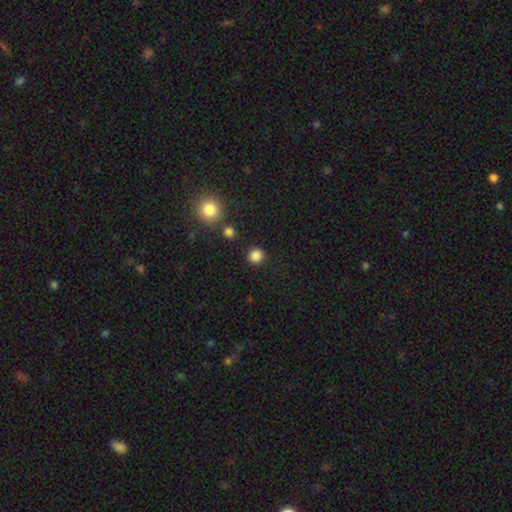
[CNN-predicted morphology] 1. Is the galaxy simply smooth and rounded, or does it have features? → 85% smooth, 12% star or artifact, 3% featured or disk.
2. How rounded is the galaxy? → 90% round, 9% in between, 1% cigar-shaped.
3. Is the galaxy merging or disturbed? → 87% none, 7% minor disturbance, 3% merger, 3% major disturbance.